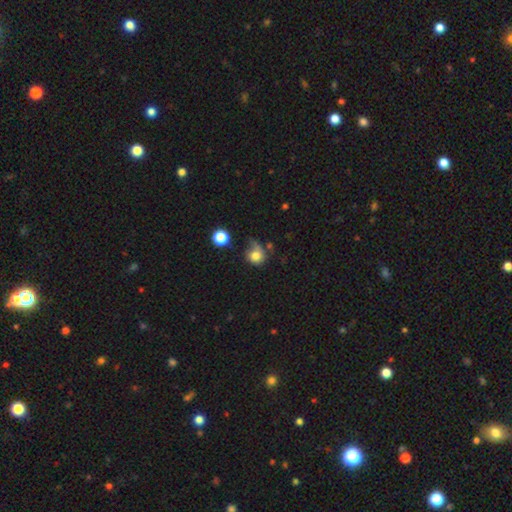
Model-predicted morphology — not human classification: smooth 78%, featured or disk 11%, star or artifact 11%. Down the decision tree: how rounded — round (79%); merging — none (43%).